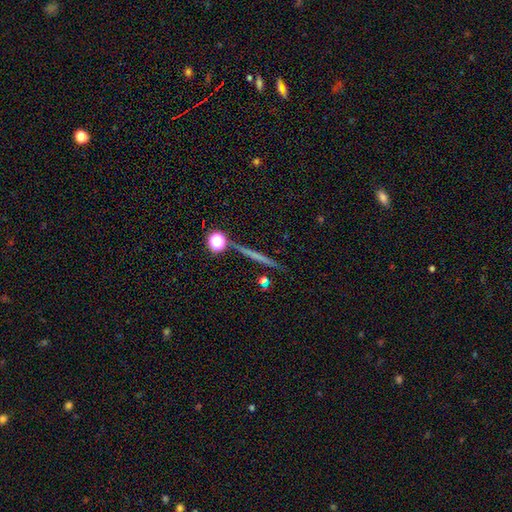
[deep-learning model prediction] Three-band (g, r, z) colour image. It shows a featured or disk galaxy (48%). Merging: none (89%).